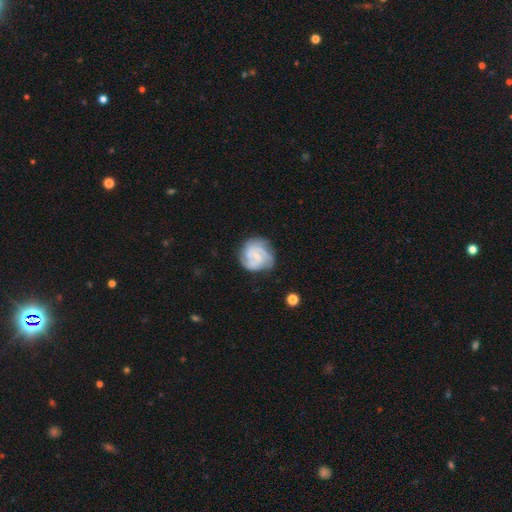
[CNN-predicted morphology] Smooth or featured? featured or disk (72%)
Edge-on disk? no (98%)
Bar? no (58%)
Spiral arms? yes (90%)
Spiral winding? tight (49%)
Spiral arm count? 3 (31%)
Bulge size? small (68%)
Merging? none (65%)